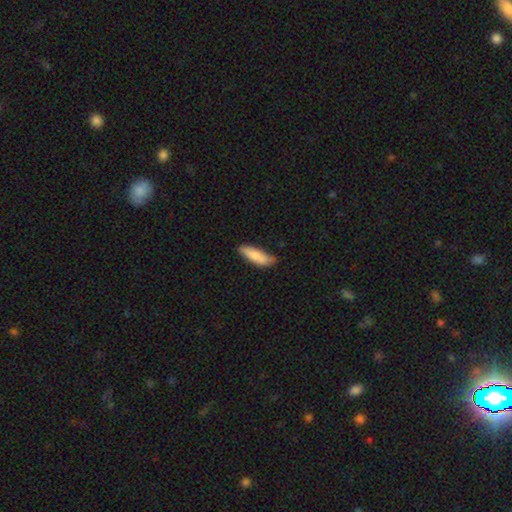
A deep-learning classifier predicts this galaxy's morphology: Smooth or featured: smooth — 83% (featured or disk — 11%)
How rounded: cigar-shaped — 52% (in between — 46%)
Merging: none — 73% (minor disturbance — 22%)